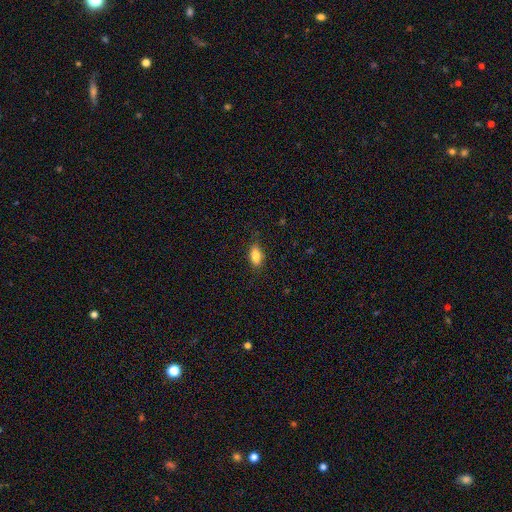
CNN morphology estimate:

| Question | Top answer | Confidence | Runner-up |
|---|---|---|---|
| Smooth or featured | smooth | 85% | star or artifact (8%) |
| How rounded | in between | 86% | cigar-shaped (9%) |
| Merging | none | 83% | minor disturbance (13%) |